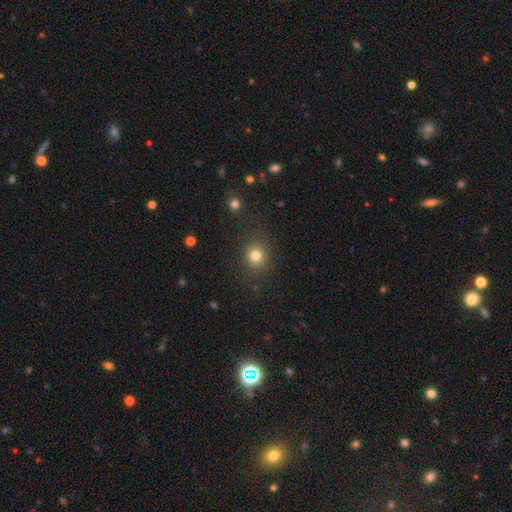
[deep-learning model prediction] This is likely a smooth galaxy (79%). How rounded: clearly round (82%). Merging: clearly none (82%).